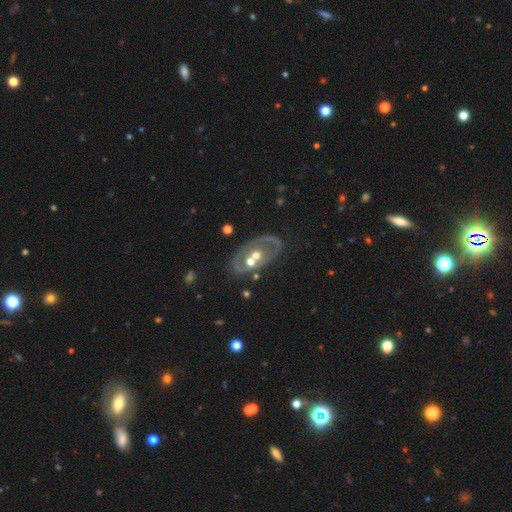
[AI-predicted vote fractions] Smooth or featured: featured or disk — 67% (smooth — 24%)
Edge-on disk: no — 94% (yes — 6%)
Bar: no — 89% (weak — 8%)
Spiral arms: no — 75% (yes — 25%)
Bulge size: moderate — 71% (small — 18%)
Merging: none — 50% (merger — 24%)